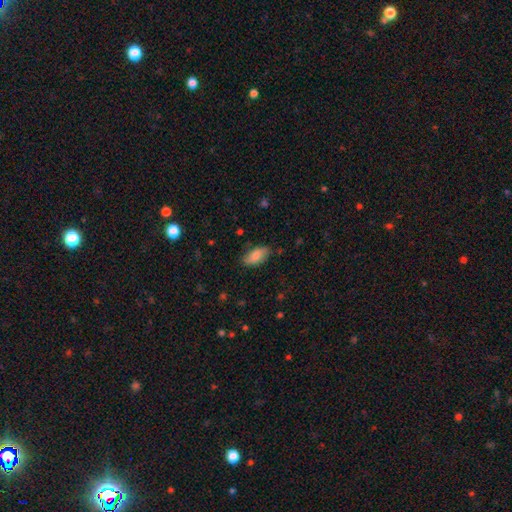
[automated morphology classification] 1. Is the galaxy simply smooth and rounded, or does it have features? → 77% smooth, 16% featured or disk, 6% star or artifact.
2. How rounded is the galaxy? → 92% in between, 5% cigar-shaped, 3% round.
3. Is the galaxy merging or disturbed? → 79% none, 17% minor disturbance, 3% major disturbance, 1% merger.